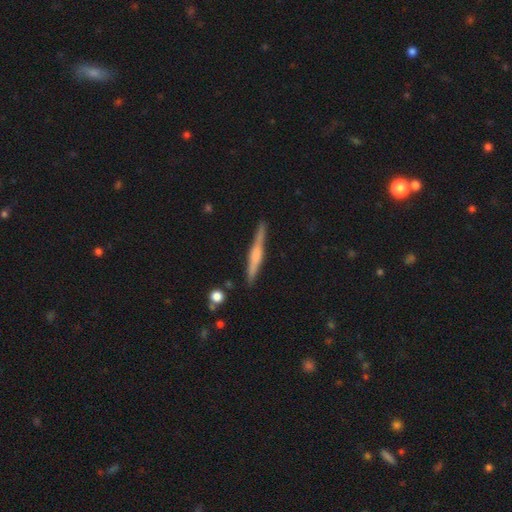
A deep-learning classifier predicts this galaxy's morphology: featured or disk 64%, smooth 30%, star or artifact 6%. Down the decision tree: edge-on disk — yes (98%); edge-on bulge — rounded (50%); merging — none (87%).